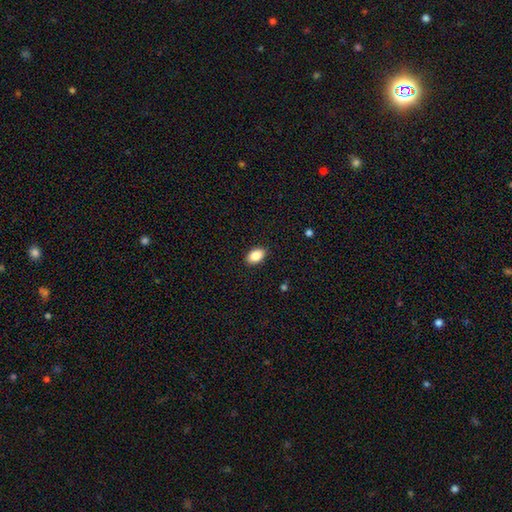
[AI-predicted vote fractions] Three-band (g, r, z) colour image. It shows a smooth galaxy with no disk features (87%) that is in between round and cigar-shaped (90%). Merging: none (90%).